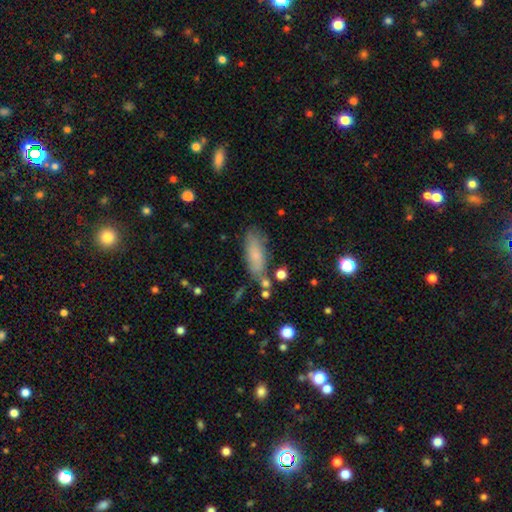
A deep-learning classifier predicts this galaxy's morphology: smooth_or_featured: smooth (p=0.73) [alt: featured or disk p=0.19]
how_rounded: in between (p=0.65) [alt: cigar-shaped p=0.33]
merging: none (p=0.67) [alt: minor disturbance p=0.21]